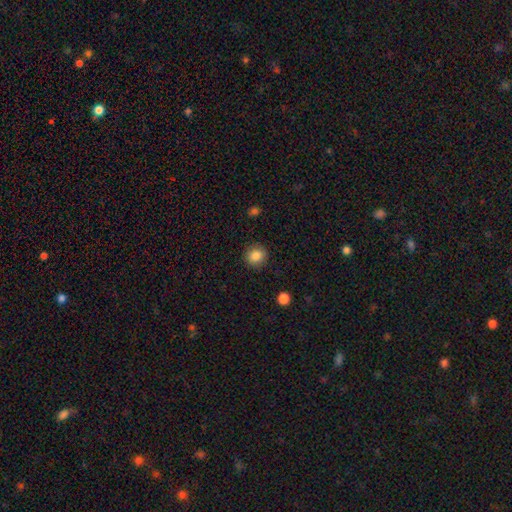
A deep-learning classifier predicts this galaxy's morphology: type=smooth (86%); roundness=round (86%); merging=none (89%).